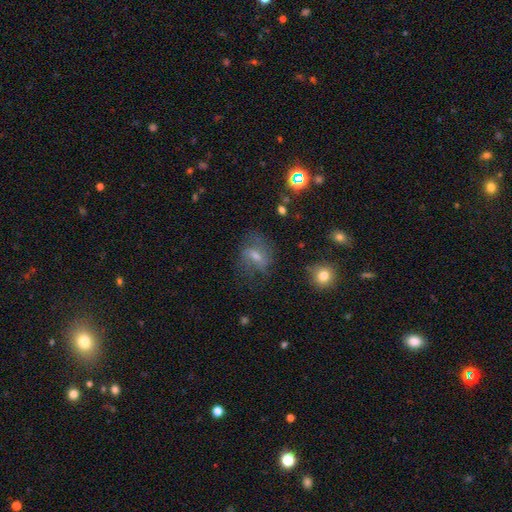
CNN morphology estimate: featured or disk 51%, smooth 34%, star or artifact 15%. Down the decision tree: edge-on disk — no (93%); merging — none (59%).